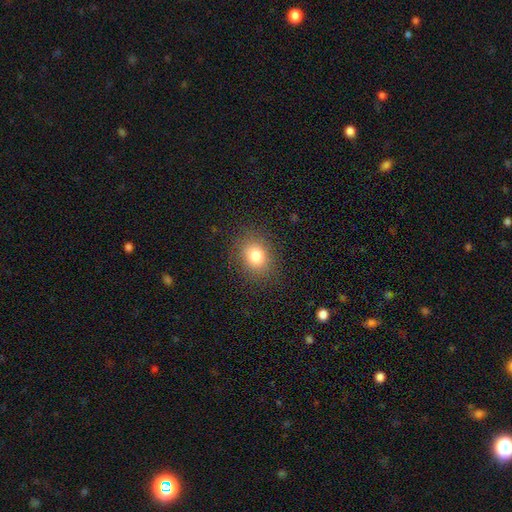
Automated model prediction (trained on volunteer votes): Smooth or featured?
  - smooth: 81% *
  - star or artifact: 12%
  - featured or disk: 8%
How rounded?
  - round: 52% *
  - in between: 47%
  - cigar-shaped: 1%
Merging?
  - none: 86% *
  - minor disturbance: 9%
  - major disturbance: 4%
  - merger: 1%